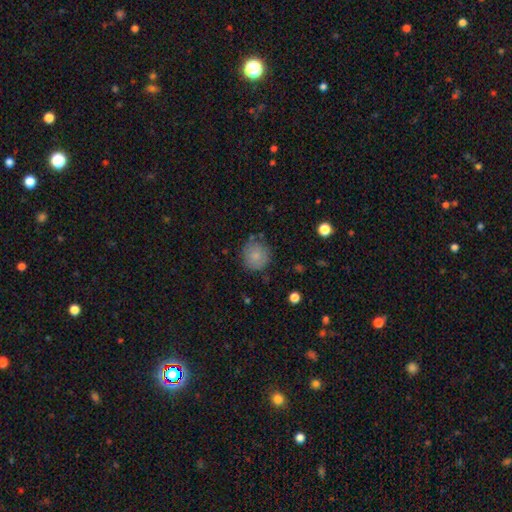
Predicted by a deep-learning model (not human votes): This is clearly a smooth galaxy (80%). How rounded: clearly round (91%). Merging: likely none (78%).